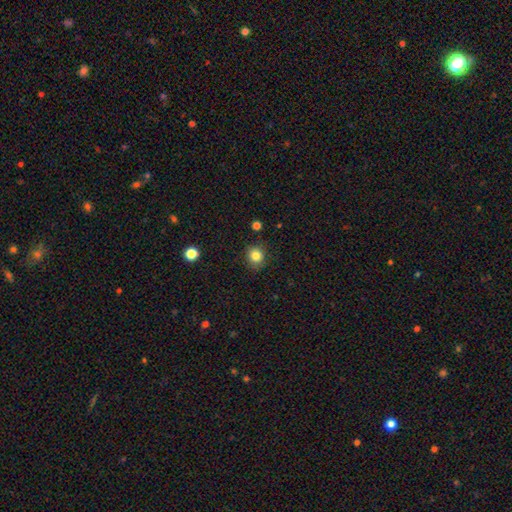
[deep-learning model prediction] This is clearly a smooth galaxy (84%). How rounded: clearly round (85%). Merging: clearly none (87%).